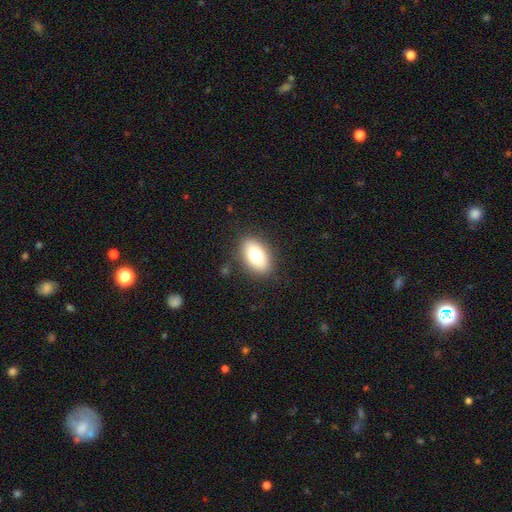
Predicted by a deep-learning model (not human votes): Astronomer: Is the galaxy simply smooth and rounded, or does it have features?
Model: smooth — 77%.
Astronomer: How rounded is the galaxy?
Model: in between — 90%.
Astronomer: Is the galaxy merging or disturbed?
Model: none — 85%.